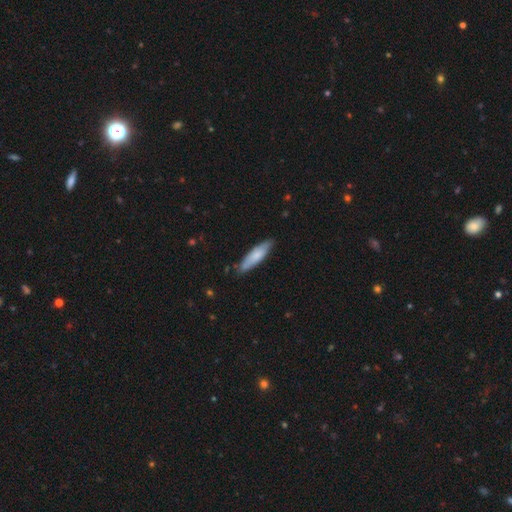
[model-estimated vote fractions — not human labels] The model was most divided on "how rounded": cigar-shaped: 67%, in between: 32%, round: 1%. More confident: merging — none (81%); smooth or featured — smooth (73%).